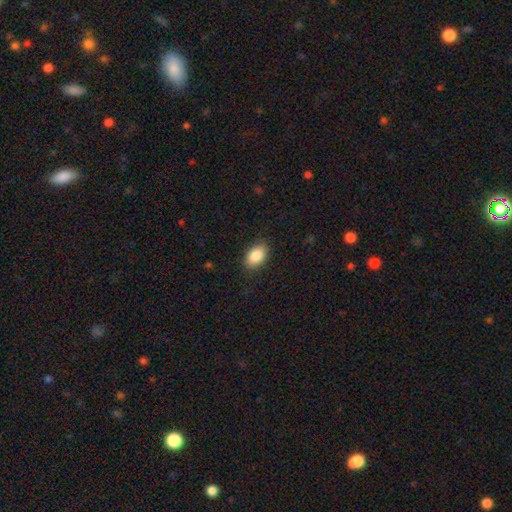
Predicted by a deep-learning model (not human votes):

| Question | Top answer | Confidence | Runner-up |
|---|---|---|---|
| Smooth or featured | smooth | 87% | star or artifact (7%) |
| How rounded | in between | 90% | round (8%) |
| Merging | none | 86% | minor disturbance (10%) |